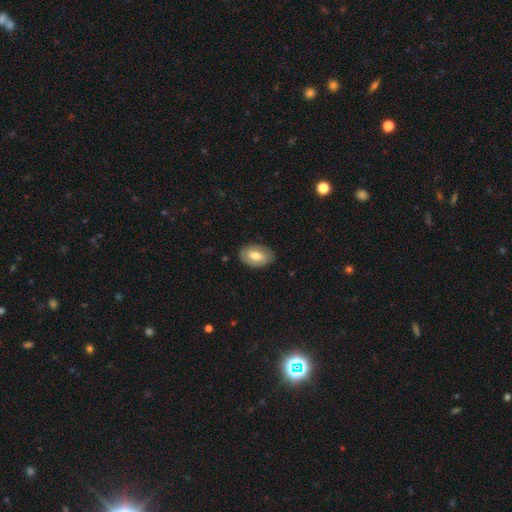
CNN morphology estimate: type=featured or disk (47%); merging=none (83%).